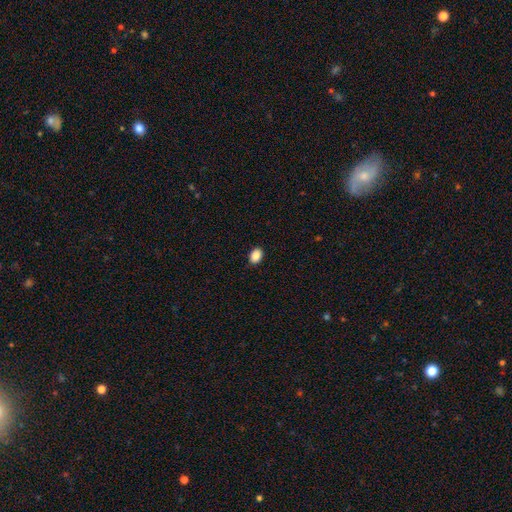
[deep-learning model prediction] This is clearly a smooth galaxy (88%). How rounded: likely in between (73%). Merging: clearly none (89%).